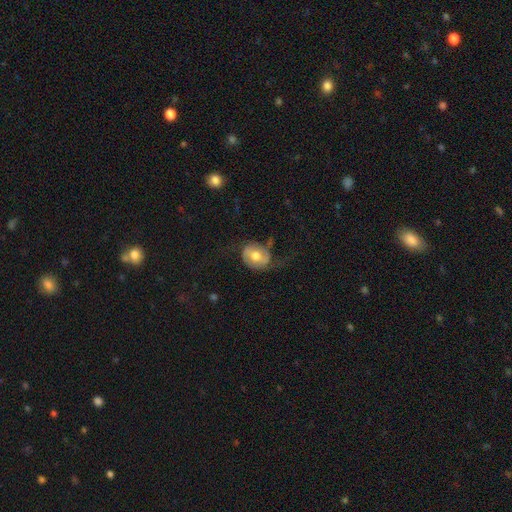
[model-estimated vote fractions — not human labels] Smooth or featured? Predicted: smooth (p=0.52). How rounded? Predicted: round (p=0.59). Merging? Predicted: none (p=0.42).